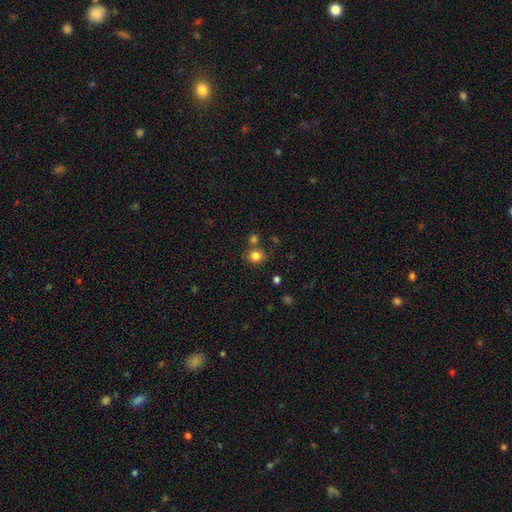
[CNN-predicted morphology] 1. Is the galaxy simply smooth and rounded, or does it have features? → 82% smooth, 12% star or artifact, 6% featured or disk.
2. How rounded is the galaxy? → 80% round, 19% in between, 1% cigar-shaped.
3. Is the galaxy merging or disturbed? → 71% none, 15% merger, 11% minor disturbance, 4% major disturbance.